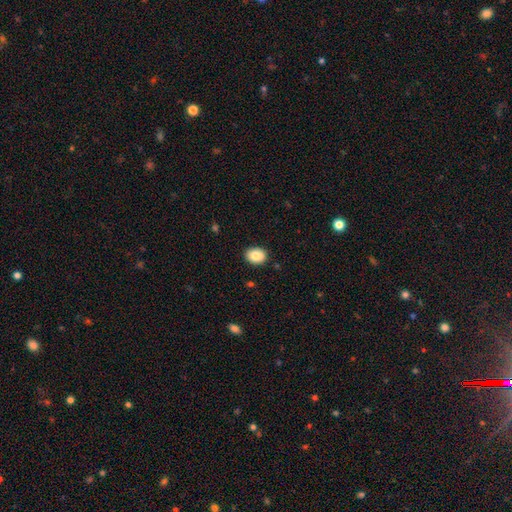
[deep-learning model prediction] Smooth or featured? smooth (85%)
How rounded? in between (61%)
Merging? none (89%)